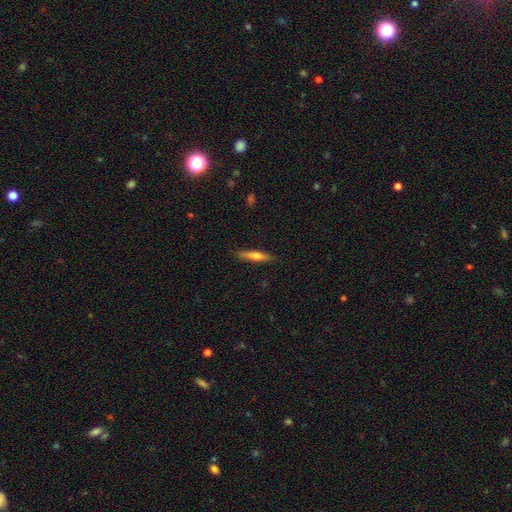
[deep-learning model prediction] Overall: smooth (57%; featured or disk 37%). How rounded: cigar-shaped (85%). Merging: none (88%).